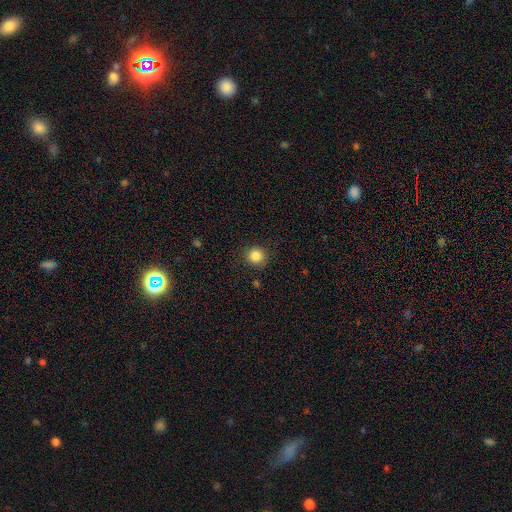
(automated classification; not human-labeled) A smooth galaxy with no disk features (85%) that is round (92%). Merging: none (89%).